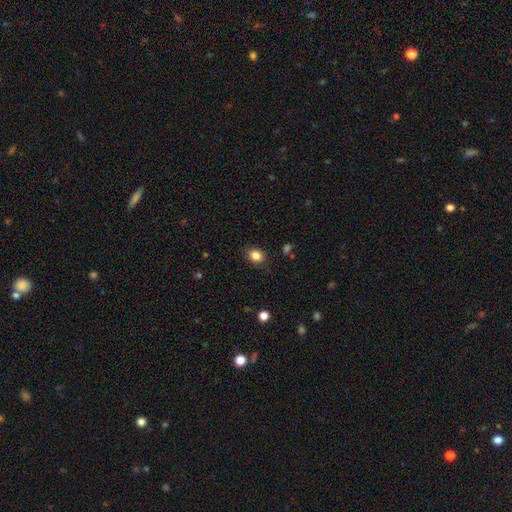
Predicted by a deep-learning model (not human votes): Overall: smooth (85%). How rounded: in between (53%; round 46%). Merging: none (86%).